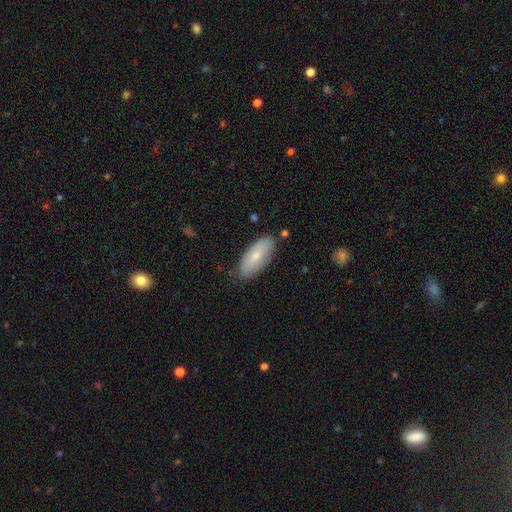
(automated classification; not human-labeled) Smooth or featured?
  - smooth: 73% *
  - featured or disk: 22%
  - star or artifact: 6%
How rounded?
  - in between: 86% *
  - cigar-shaped: 13%
  - round: 2%
Merging?
  - none: 82% *
  - minor disturbance: 14%
  - major disturbance: 2%
  - merger: 2%